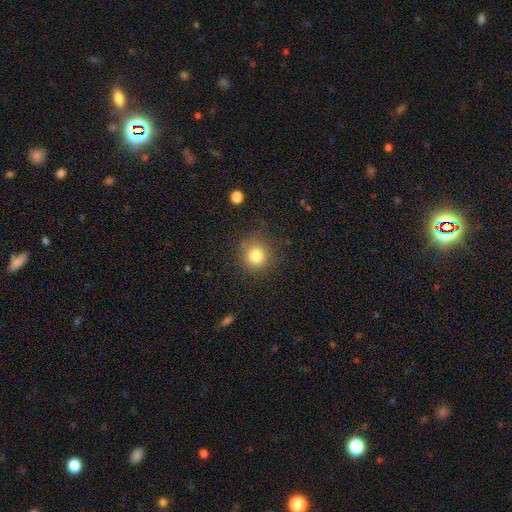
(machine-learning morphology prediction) smooth_or_featured: smooth (p=0.81) [alt: star or artifact p=0.12]
how_rounded: round (p=0.92) [alt: in between p=0.07]
merging: none (p=0.82) [alt: minor disturbance p=0.12]